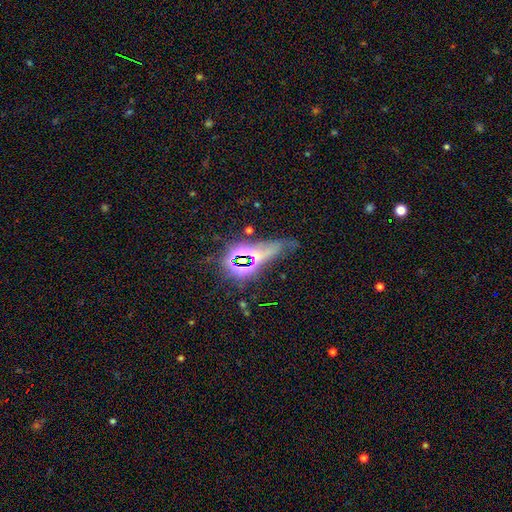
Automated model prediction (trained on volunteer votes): This is possibly a star or artifact rather than a galaxy (58%).